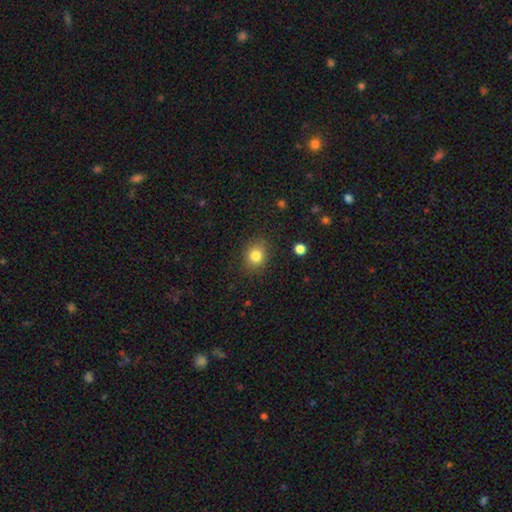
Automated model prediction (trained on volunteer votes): Q: Smooth or featured?
A: smooth (82%); runner-up: star or artifact (11%)
Q: How rounded?
A: round (62%); runner-up: in between (37%)
Q: Merging?
A: none (84%); runner-up: minor disturbance (11%)